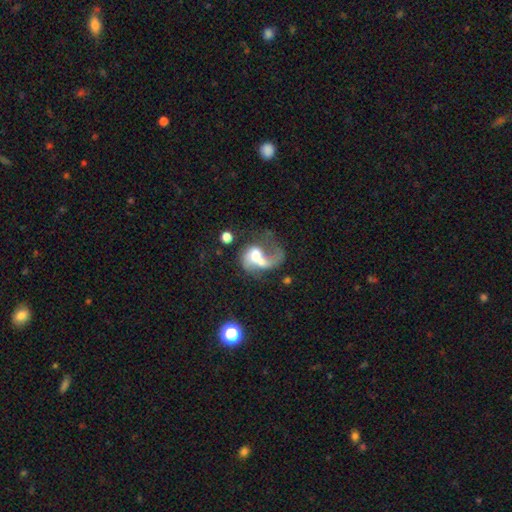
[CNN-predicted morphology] Overall: featured or disk (61%; smooth 30%). Edge-on disk: no (97%). Bar: no (69%). Spiral arms: yes (75%). Bulge size: moderate (48%; large 27%). Merging: merger (49%; major disturbance 30%).